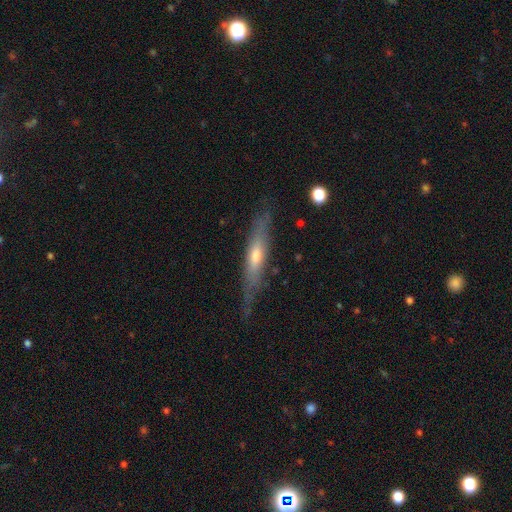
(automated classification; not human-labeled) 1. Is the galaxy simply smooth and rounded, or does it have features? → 58% featured or disk, 36% smooth, 6% star or artifact.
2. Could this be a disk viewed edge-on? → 81% yes, 19% no.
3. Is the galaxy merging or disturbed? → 73% none, 19% minor disturbance, 6% major disturbance, 2% merger.